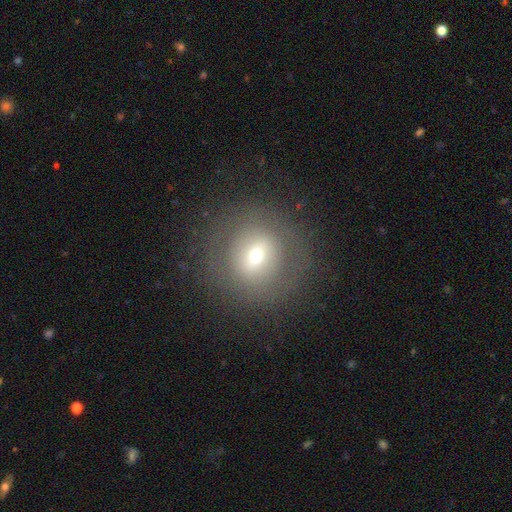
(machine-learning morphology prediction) smooth_or_featured: smooth (p=0.53) [alt: featured or disk p=0.33]
how_rounded: round (p=0.91) [alt: in between p=0.08]
merging: none (p=0.83) [alt: minor disturbance p=0.09]